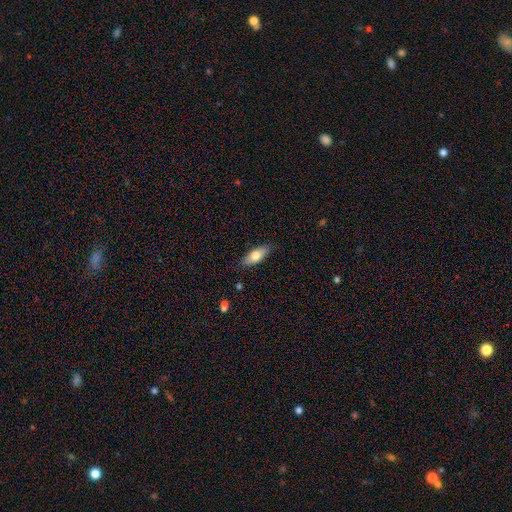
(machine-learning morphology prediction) smooth_or_featured: smooth (p=0.71) [alt: featured or disk p=0.22]
how_rounded: in between (p=0.71) [alt: cigar-shaped p=0.26]
merging: none (p=0.85) [alt: minor disturbance p=0.12]